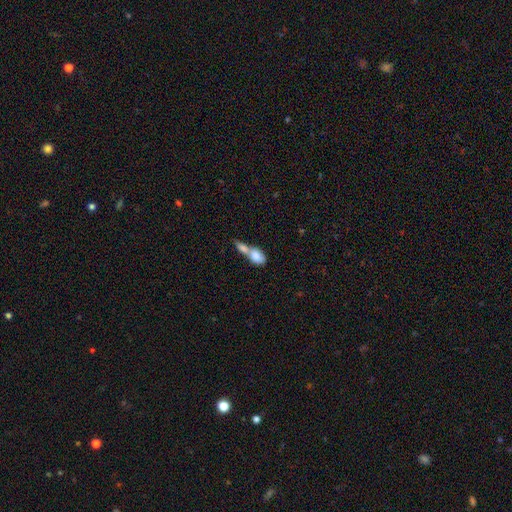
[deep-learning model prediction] smooth-or-featured: smooth: 78% | featured or disk: 15% | star or artifact: 7%
  how-rounded: in between: 81% | round: 12% | cigar-shaped: 7%
  merging: merger: 75% | none: 15% | minor disturbance: 6% | major disturbance: 5%